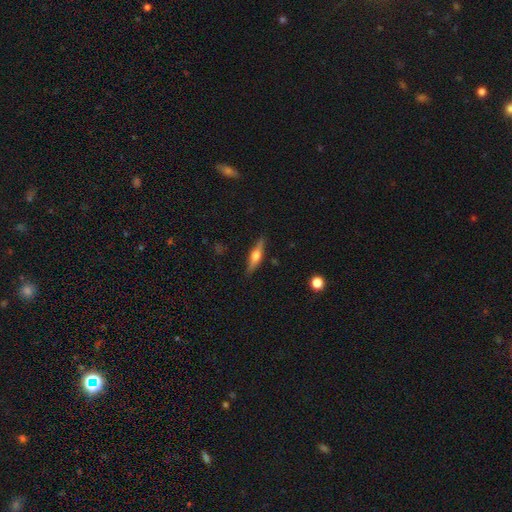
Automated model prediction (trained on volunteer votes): Smooth or featured? Predicted: featured or disk (p=0.61). Edge-on disk? Predicted: yes (p=0.96). Edge-on bulge? Predicted: rounded (p=0.89). Merging? Predicted: none (p=0.88).